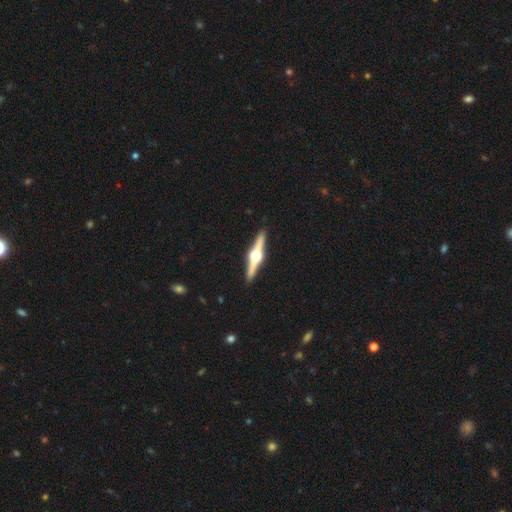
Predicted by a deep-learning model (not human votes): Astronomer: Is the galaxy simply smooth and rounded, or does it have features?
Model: featured or disk — 85%.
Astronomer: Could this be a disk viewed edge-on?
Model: yes — 98%.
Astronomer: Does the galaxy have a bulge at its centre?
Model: rounded — 96%.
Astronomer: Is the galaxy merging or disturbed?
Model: none — 92%.